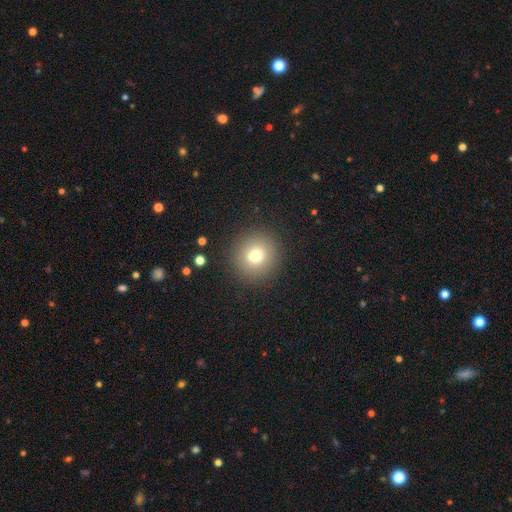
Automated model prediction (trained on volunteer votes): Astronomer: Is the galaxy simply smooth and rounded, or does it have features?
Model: smooth — 72%.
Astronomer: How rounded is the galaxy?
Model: round — 94%.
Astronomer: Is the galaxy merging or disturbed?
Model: none — 87%.